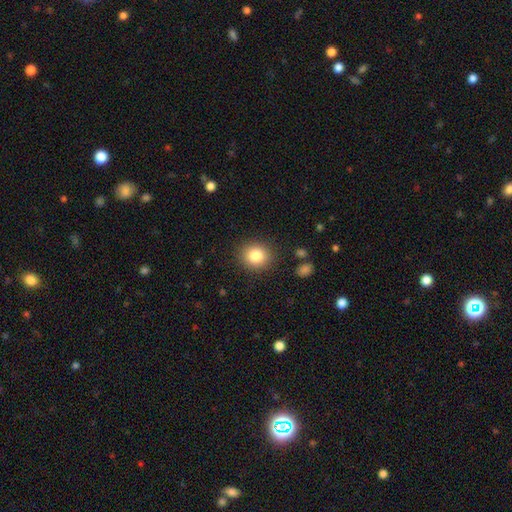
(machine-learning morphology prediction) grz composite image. It shows a smooth galaxy with no disk features (83%) that is round (79%). Merging: none (88%).